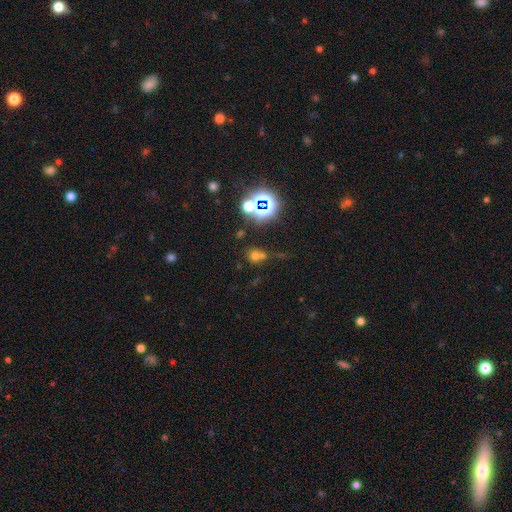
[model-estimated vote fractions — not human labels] This appears to be a smooth galaxy with no disk features (52%) that is round (79%). Merging: none (50%).